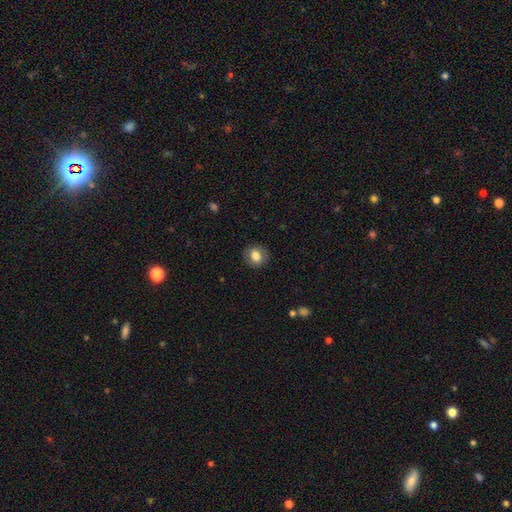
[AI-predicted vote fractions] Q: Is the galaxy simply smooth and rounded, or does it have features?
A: smooth — 79%.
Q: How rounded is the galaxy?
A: round — 56%.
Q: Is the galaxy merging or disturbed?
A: none — 86%.